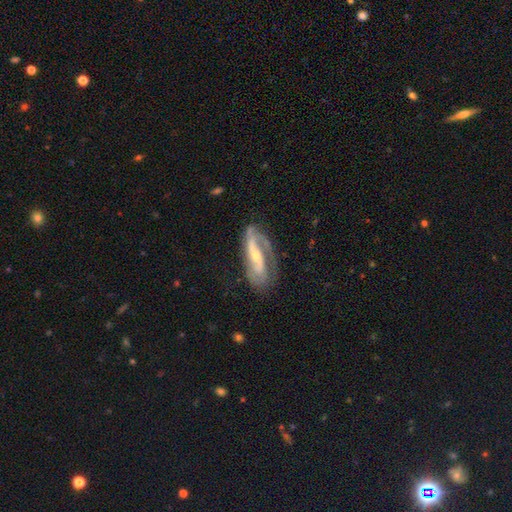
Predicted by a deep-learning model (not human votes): Smooth or featured?
  - featured or disk: 84% *
  - smooth: 11%
  - star or artifact: 6%
Edge-on disk?
  - no: 89% *
  - yes: 11%
Bar?
  - strong: 43% *
  - weak: 29%
  - no: 28%
Spiral arms?
  - yes: 93% *
  - no: 7%
Spiral winding?
  - medium: 42% *
  - tight: 31%
  - loose: 27%
Spiral arm count?
  - 2: 73% *
  - 1: 13%
  - can't tell: 9%
  - 3: 2%
  - 4: 1%
  - more than 4: 1%
Bulge size?
  - small: 56% *
  - moderate: 39%
  - large: 2%
  - none: 1%
  - dominant: 1%
Merging?
  - none: 66% *
  - minor disturbance: 20%
  - major disturbance: 11%
  - merger: 2%